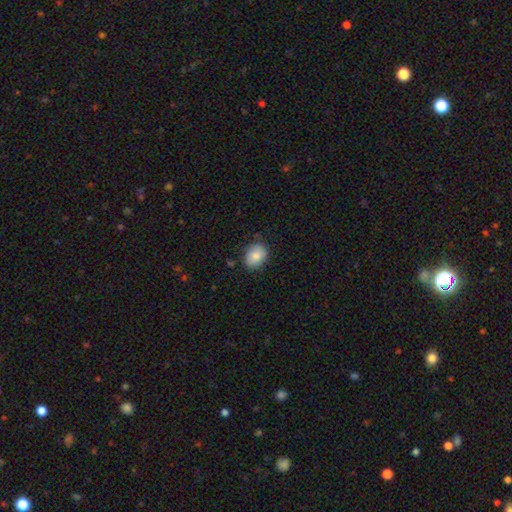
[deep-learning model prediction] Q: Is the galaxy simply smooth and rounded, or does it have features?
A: smooth — 84%.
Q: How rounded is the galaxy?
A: in between — 63%.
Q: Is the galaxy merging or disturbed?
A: none — 80%.